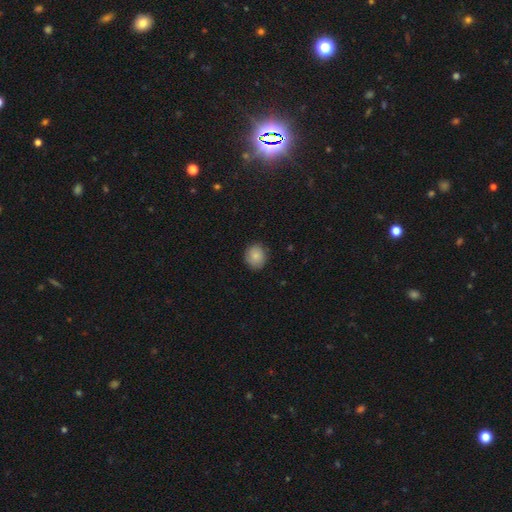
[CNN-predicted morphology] A smooth galaxy with no disk features (84%) that is round (80%). Merging: none (86%).